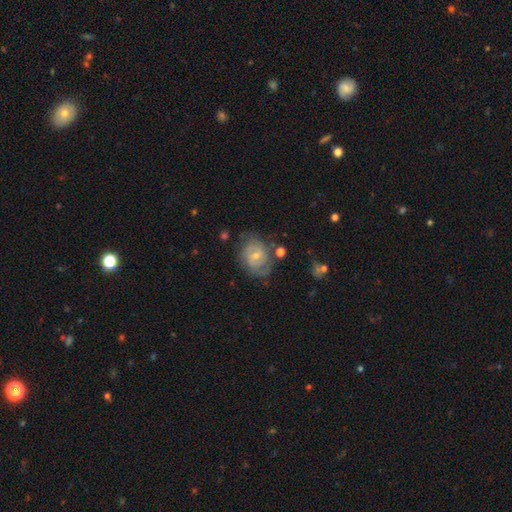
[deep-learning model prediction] Smooth or featured?
  - featured or disk: 74% *
  - smooth: 19%
  - star or artifact: 6%
Edge-on disk?
  - no: 97% *
  - yes: 3%
Bar?
  - weak: 48% *
  - no: 43%
  - strong: 9%
Spiral arms?
  - yes: 89% *
  - no: 11%
Spiral winding?
  - tight: 55% *
  - medium: 35%
  - loose: 10%
Spiral arm count?
  - 2: 55% *
  - can't tell: 27%
  - 3: 10%
  - 1: 4%
  - 4: 3%
  - more than 4: 2%
Bulge size?
  - small: 57% *
  - moderate: 38%
  - none: 2%
  - large: 2%
  - dominant: 1%
Merging?
  - none: 61% *
  - minor disturbance: 23%
  - major disturbance: 11%
  - merger: 5%